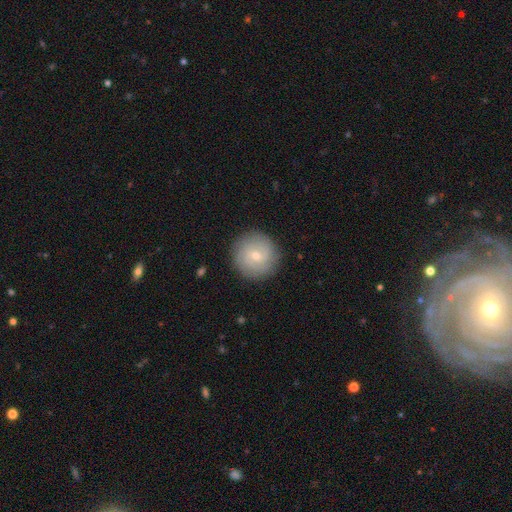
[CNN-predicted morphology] Smooth or featured?
  - featured or disk: 61% *
  - smooth: 32%
  - star or artifact: 7%
Edge-on disk?
  - no: 98% *
  - yes: 2%
Bar?
  - no: 52% *
  - weak: 42%
  - strong: 6%
Spiral arms?
  - yes: 88% *
  - no: 12%
Spiral winding?
  - tight: 64% *
  - medium: 28%
  - loose: 8%
Spiral arm count?
  - 2: 40% *
  - can't tell: 29%
  - 3: 16%
  - 4: 6%
  - 1: 5%
  - more than 4: 4%
Bulge size?
  - small: 59% *
  - moderate: 38%
  - large: 1%
  - none: 1%
  - dominant: 1%
Merging?
  - none: 88% *
  - minor disturbance: 8%
  - major disturbance: 3%
  - merger: 1%